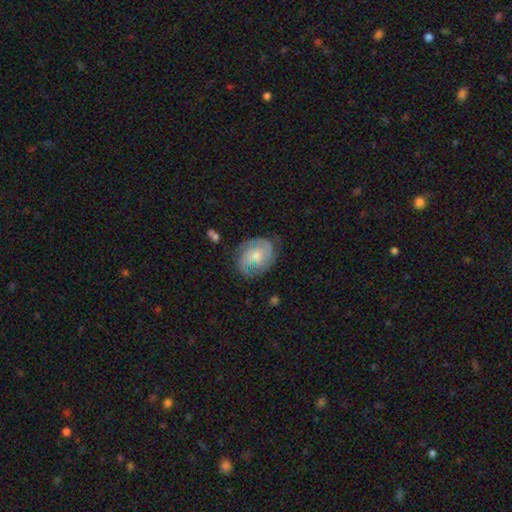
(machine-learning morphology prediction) Smooth or featured?
  - featured or disk: 63% *
  - smooth: 30%
  - star or artifact: 7%
Edge-on disk?
  - no: 97% *
  - yes: 3%
Bar?
  - no: 69% *
  - weak: 26%
  - strong: 5%
Spiral arms?
  - yes: 81% *
  - no: 19%
Bulge size?
  - moderate: 41% *
  - small: 40%
  - none: 9%
  - large: 8%
  - dominant: 2%
Merging?
  - none: 62% *
  - minor disturbance: 24%
  - major disturbance: 12%
  - merger: 2%